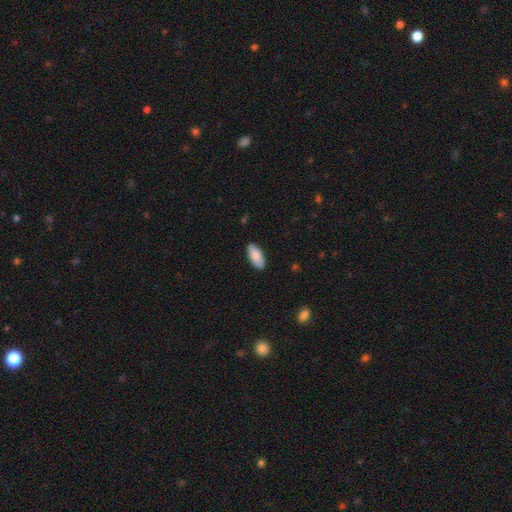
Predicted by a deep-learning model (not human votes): Smooth or featured: smooth — 86% (featured or disk — 8%)
How rounded: in between — 87% (cigar-shaped — 11%)
Merging: none — 88% (minor disturbance — 9%)